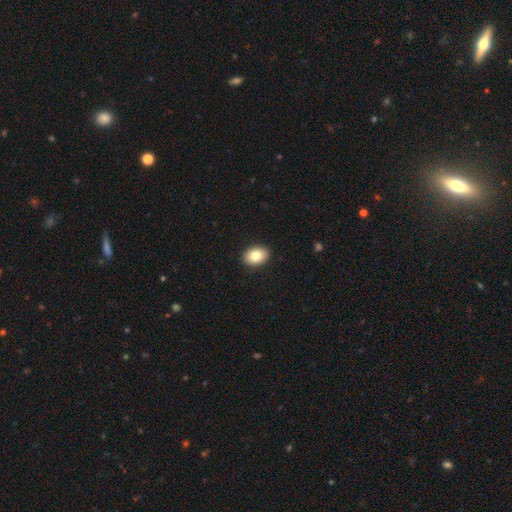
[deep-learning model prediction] smooth-or-featured: smooth: 82% | featured or disk: 10% | star or artifact: 8%
  how-rounded: in between: 80% | round: 19% | cigar-shaped: 1%
  merging: none: 91% | minor disturbance: 7% | major disturbance: 2% | merger: 1%